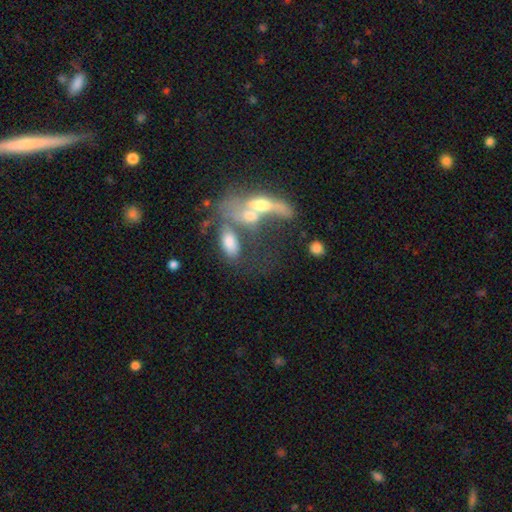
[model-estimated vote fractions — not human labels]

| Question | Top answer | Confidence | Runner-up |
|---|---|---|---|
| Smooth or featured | featured or disk | 55% | smooth (27%) |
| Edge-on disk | no | 80% | yes (20%) |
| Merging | merger | 68% | none (13%) |